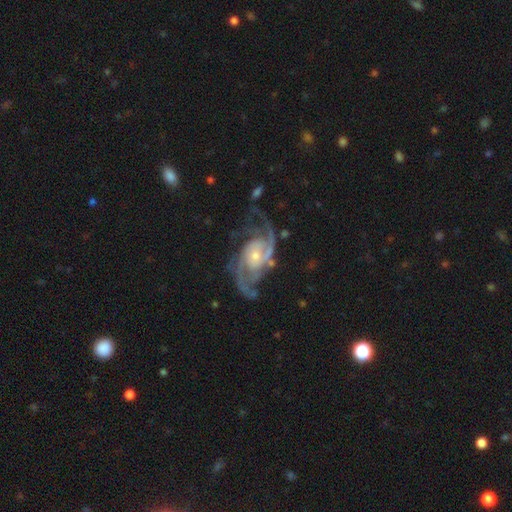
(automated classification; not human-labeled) This appears to be a featured or disk galaxy (92%) with no bar (64%), 2 (59%) medium (51%) spiral arms (98%) and a small central bulge (53%). Merging: none (57%).